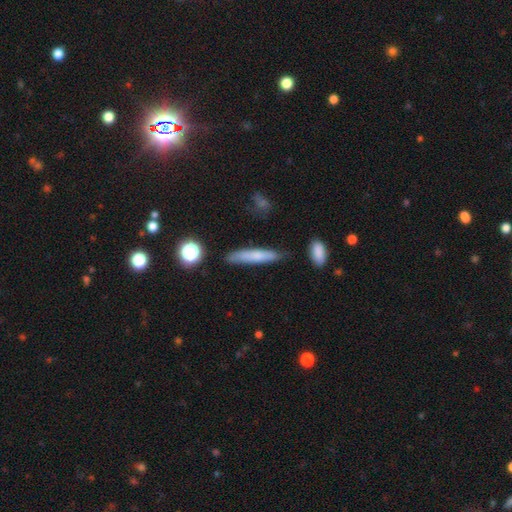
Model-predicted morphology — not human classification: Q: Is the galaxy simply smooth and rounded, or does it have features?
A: smooth — 69%.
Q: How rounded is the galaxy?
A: cigar-shaped — 88%.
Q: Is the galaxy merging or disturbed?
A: none — 80%.